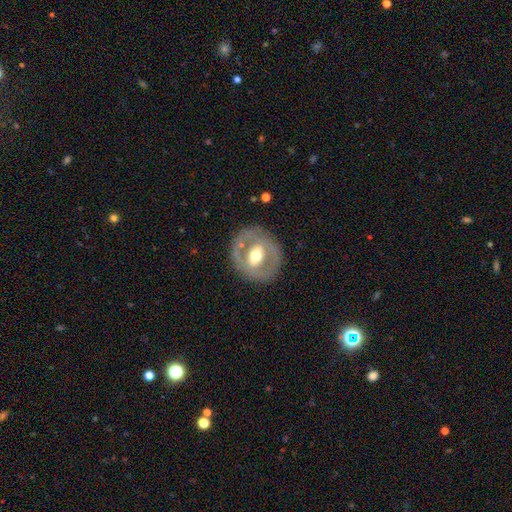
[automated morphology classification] type=featured or disk (64%); edge-on=no (94%); bar=weak (37%); spiral arms=no (73%); bulge=moderate (70%); merging=none (79%).